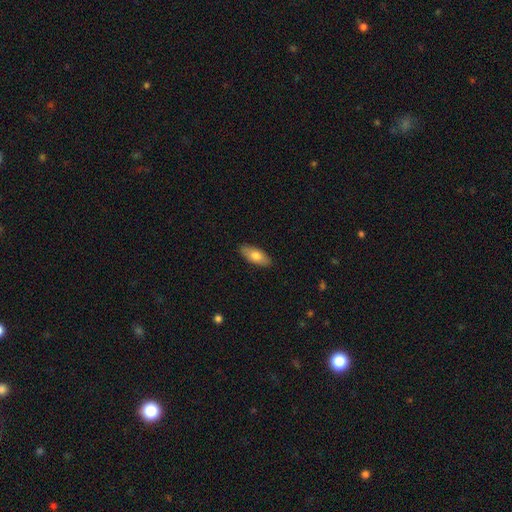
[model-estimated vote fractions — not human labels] This appears to be a smooth galaxy with no disk features (75%) that is in between round and cigar-shaped (83%). Merging: none (88%).